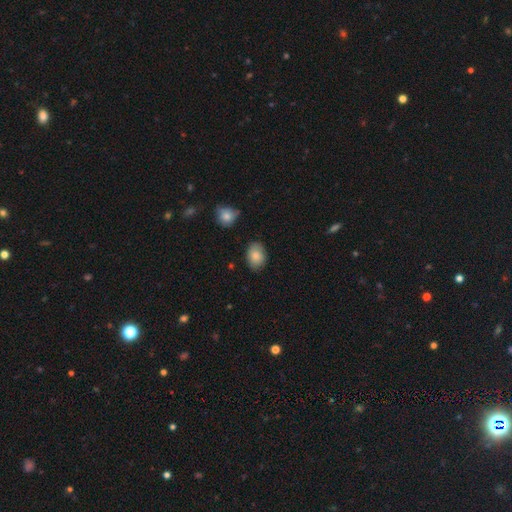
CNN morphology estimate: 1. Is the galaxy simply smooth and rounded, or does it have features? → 83% smooth, 9% featured or disk, 7% star or artifact.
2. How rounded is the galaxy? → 73% in between, 26% round, 1% cigar-shaped.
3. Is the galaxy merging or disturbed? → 80% none, 15% minor disturbance, 3% major disturbance, 2% merger.